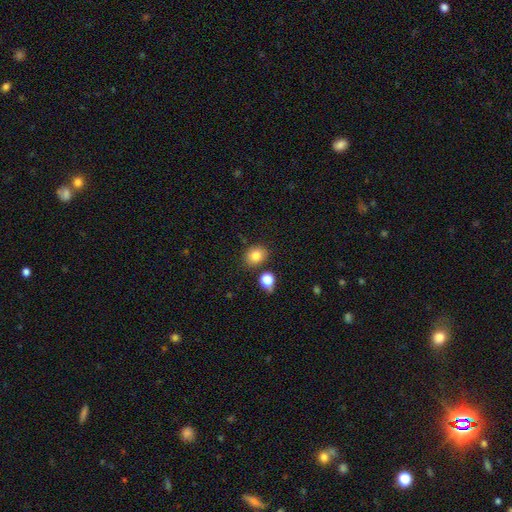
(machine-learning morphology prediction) type=smooth (82%); roundness=round (61%); merging=none (80%).